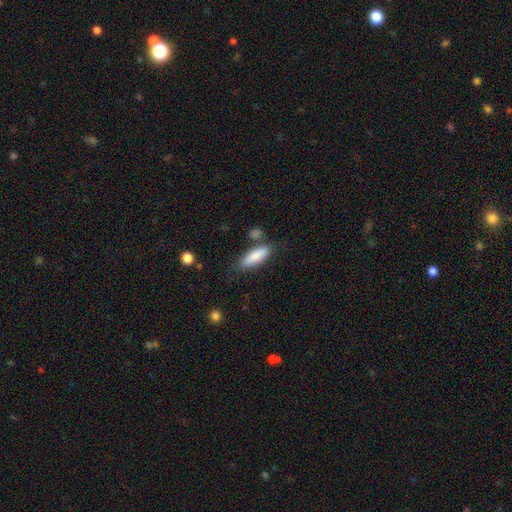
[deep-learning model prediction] Smooth or featured: smooth — 84% (featured or disk — 10%)
How rounded: in between — 55% (cigar-shaped — 43%)
Merging: none — 71% (minor disturbance — 17%)